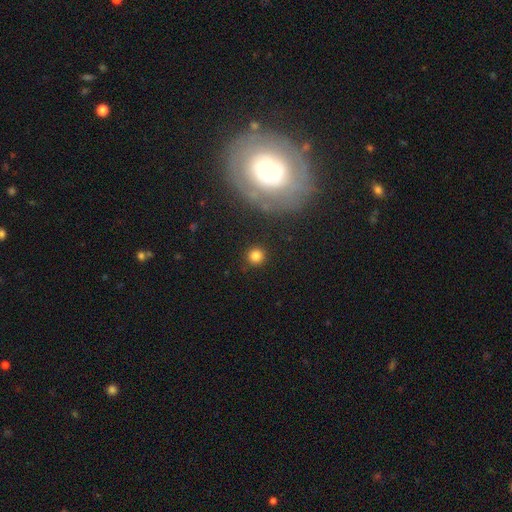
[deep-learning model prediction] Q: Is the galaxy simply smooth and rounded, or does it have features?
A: smooth — 81%.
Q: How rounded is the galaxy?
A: round — 94%.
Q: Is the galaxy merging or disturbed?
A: none — 90%.